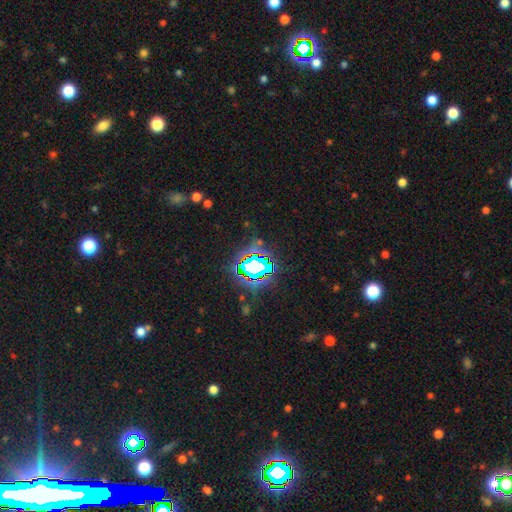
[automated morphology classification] smooth_or_featured: star or artifact (p=0.77) [alt: smooth p=0.13]